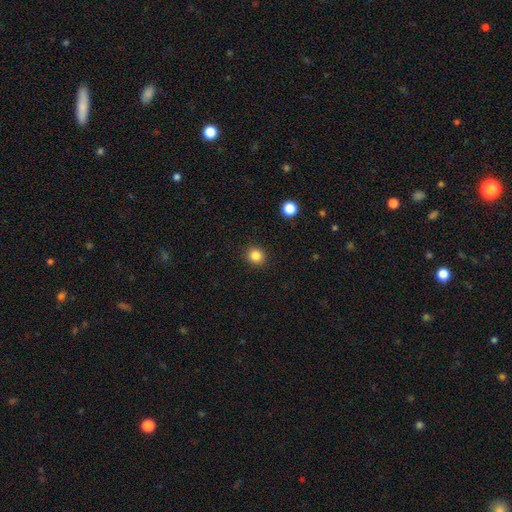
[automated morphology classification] This is clearly a smooth galaxy (84%). How rounded: clearly round (86%). Merging: clearly none (92%).